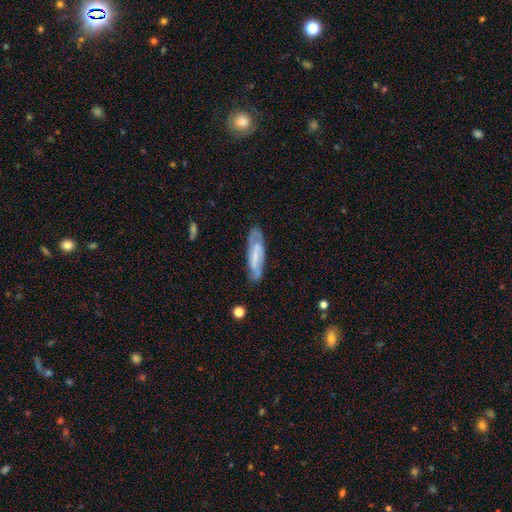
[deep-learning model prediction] Smooth or featured? Predicted: featured or disk (p=0.60). Edge-on disk? Predicted: no (p=0.76). Merging? Predicted: none (p=0.72).